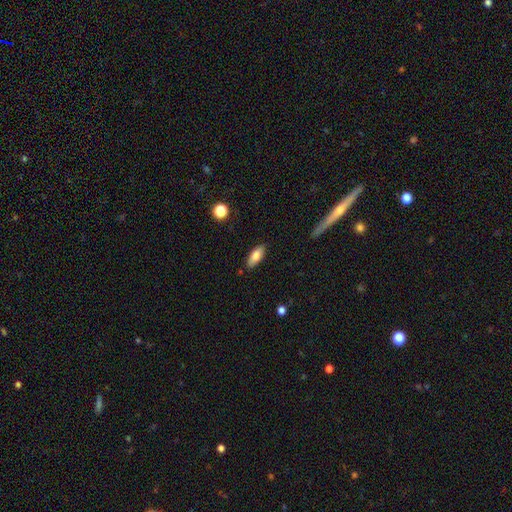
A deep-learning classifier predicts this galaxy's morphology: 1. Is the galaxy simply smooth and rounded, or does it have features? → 79% smooth, 14% featured or disk, 7% star or artifact.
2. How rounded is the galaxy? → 81% in between, 17% cigar-shaped, 2% round.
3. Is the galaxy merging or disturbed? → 86% none, 10% minor disturbance, 2% major disturbance, 1% merger.